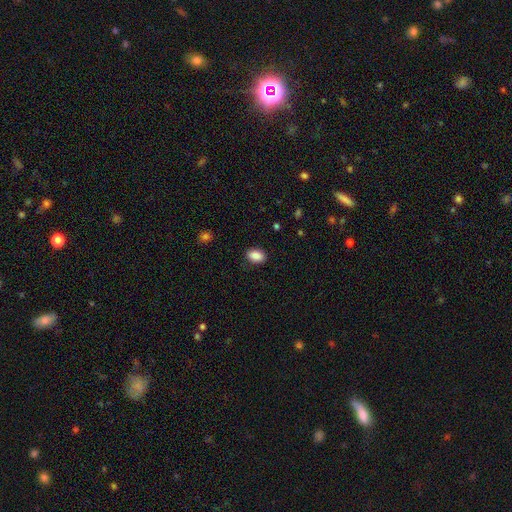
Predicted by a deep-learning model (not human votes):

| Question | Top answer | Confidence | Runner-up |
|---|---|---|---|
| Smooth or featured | smooth | 89% | star or artifact (8%) |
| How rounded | in between | 88% | round (11%) |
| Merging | none | 87% | minor disturbance (10%) |